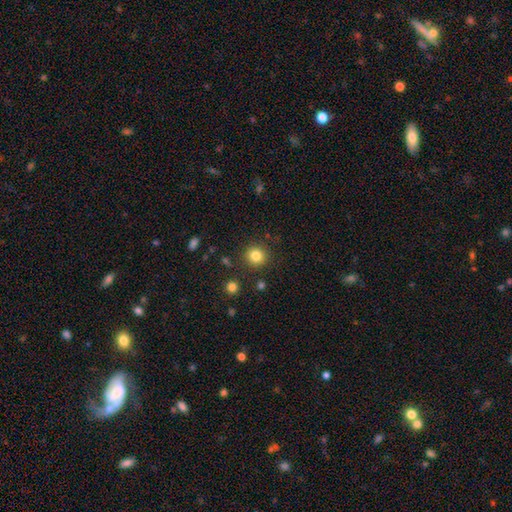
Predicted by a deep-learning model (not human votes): smooth-or-featured: smooth: 83% | star or artifact: 12% | featured or disk: 5%
  how-rounded: round: 92% | in between: 7% | cigar-shaped: 1%
  merging: none: 89% | minor disturbance: 6% | major disturbance: 3% | merger: 2%